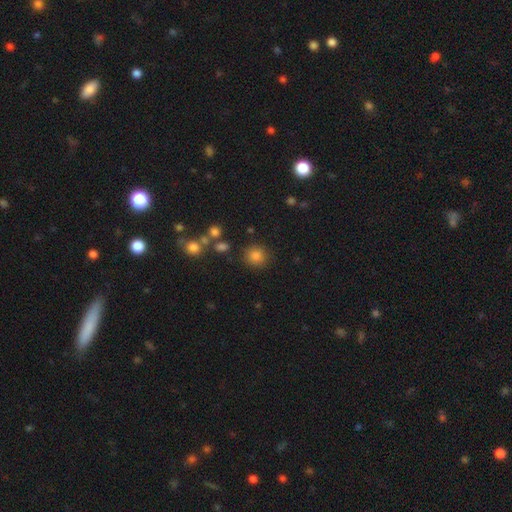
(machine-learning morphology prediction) type=smooth (84%); roundness=round (88%); merging=none (83%).